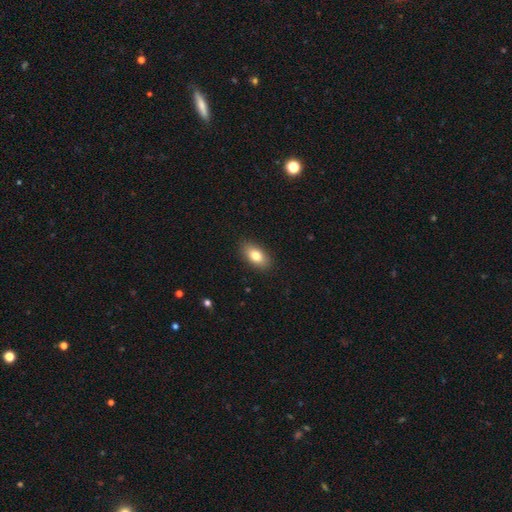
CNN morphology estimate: Overall: smooth (79%). How rounded: in between (89%). Merging: none (88%).